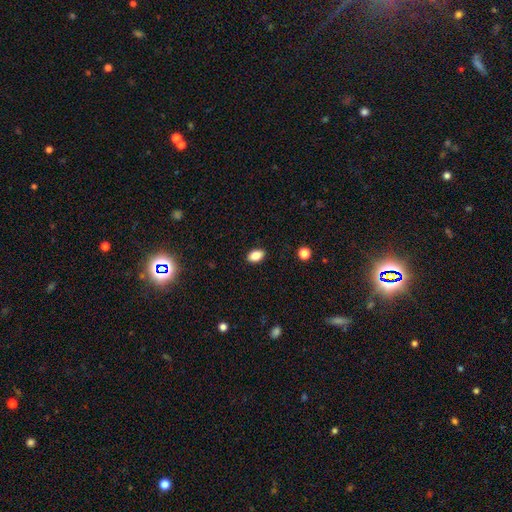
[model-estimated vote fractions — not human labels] smooth 86%, star or artifact 9%, featured or disk 5%. Down the decision tree: how rounded — in between (88%); merging — none (89%).